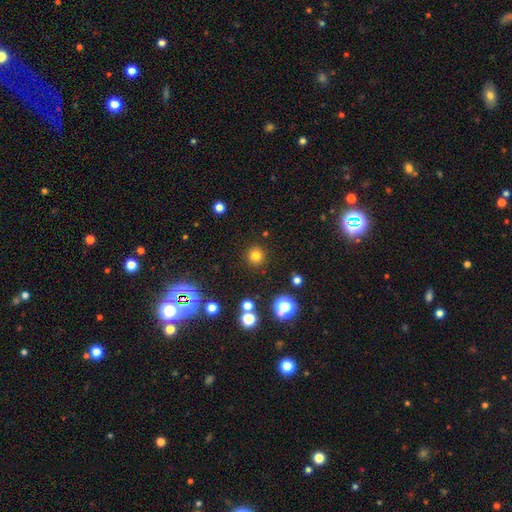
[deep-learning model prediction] The model was most divided on "smooth or featured": smooth: 77%, star or artifact: 18%, featured or disk: 6%. More confident: how rounded — round (94%); merging — none (90%).